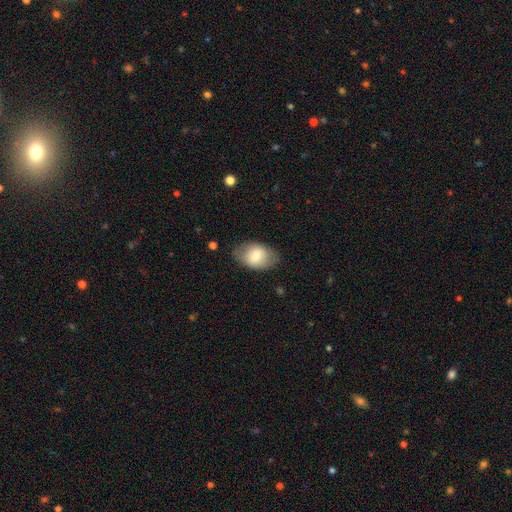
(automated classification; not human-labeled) smooth_or_featured: smooth (p=0.71) [alt: featured or disk p=0.22]
how_rounded: in between (p=0.85) [alt: round p=0.13]
merging: none (p=0.79) [alt: minor disturbance p=0.15]